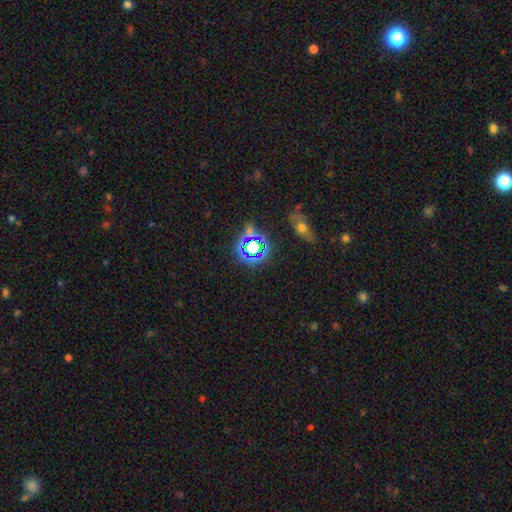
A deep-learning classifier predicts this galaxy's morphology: This appears to be a star or artifact, not a galaxy (69%).